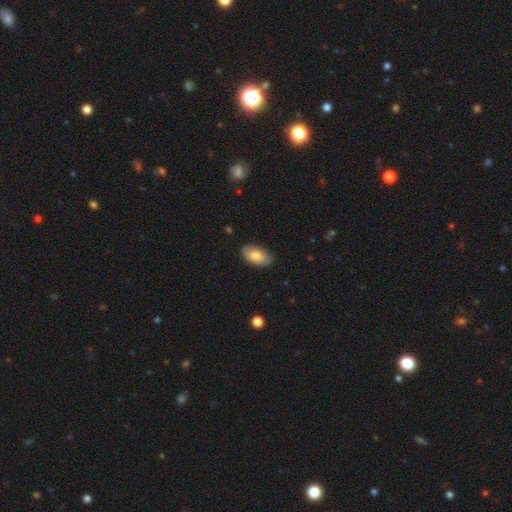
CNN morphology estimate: smooth-or-featured: smooth: 75% | featured or disk: 19% | star or artifact: 6%
  how-rounded: in between: 94% | round: 4% | cigar-shaped: 2%
  merging: none: 84% | minor disturbance: 13% | major disturbance: 2% | merger: 1%